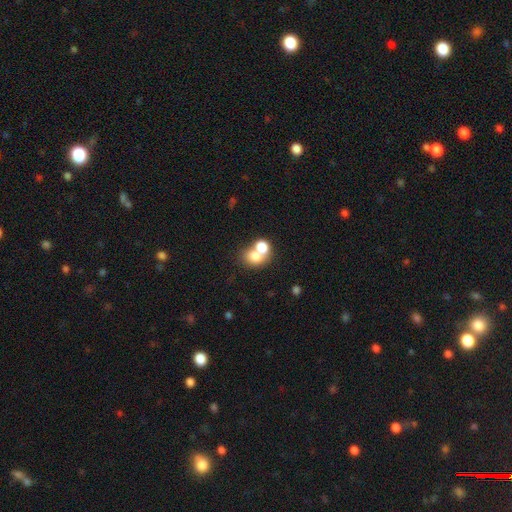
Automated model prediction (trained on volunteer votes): Smooth or featured: smooth — 74% (featured or disk — 15%)
How rounded: round — 58% (in between — 41%)
Merging: merger — 57% (none — 32%)